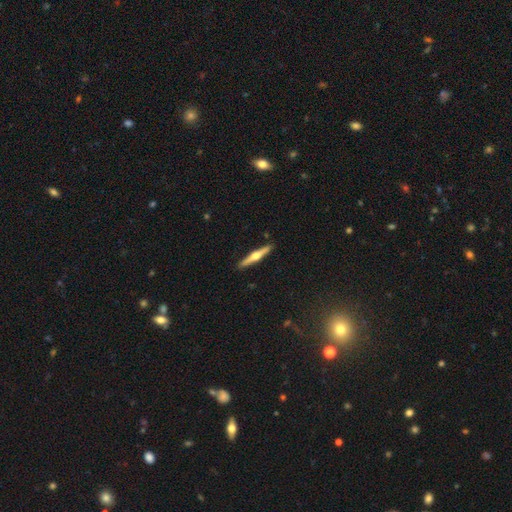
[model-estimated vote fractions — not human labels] A featured or disk galaxy (67%) viewed edge-on (98%) with a rounded central bulge (93%).

Vote fractions:
- Smooth or featured? featured or disk: 67% / smooth: 28% / star or artifact: 5%
- Edge-on disk? yes: 98% / no: 2%
- Edge-on bulge? rounded: 93% / none: 3% / boxy: 3%
- Merging? none: 92% / minor disturbance: 6% / major disturbance: 1% / merger: 1%